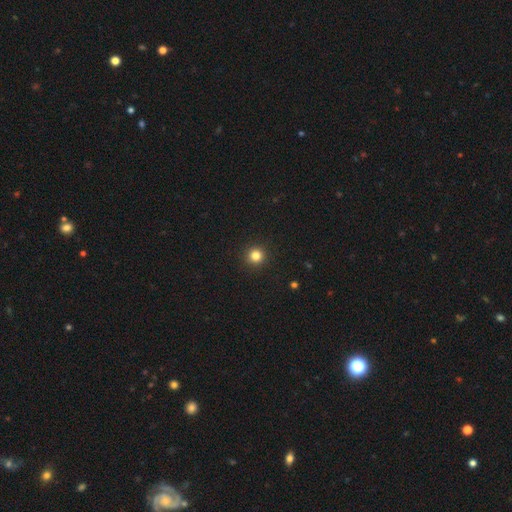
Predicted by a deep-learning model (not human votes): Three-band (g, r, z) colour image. It shows a smooth galaxy with no disk features (82%) that is round (96%). Merging: none (93%).